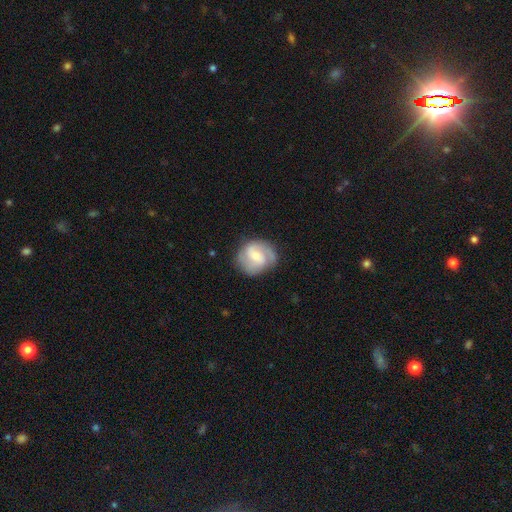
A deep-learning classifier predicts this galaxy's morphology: This appears to be a featured or disk galaxy (73%) with a weak bar (52%), 2 (69%) medium (46%) spiral arms (93%) and a small central bulge (50%). Merging: none (72%).